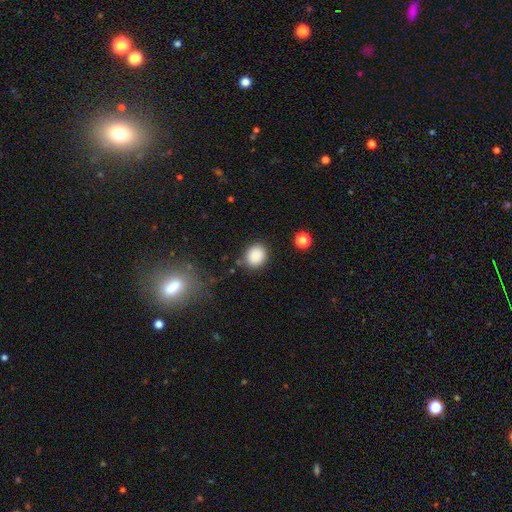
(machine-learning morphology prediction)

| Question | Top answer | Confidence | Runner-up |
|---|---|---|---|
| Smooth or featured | smooth | 87% | star or artifact (9%) |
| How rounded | round | 73% | in between (26%) |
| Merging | none | 81% | minor disturbance (12%) |